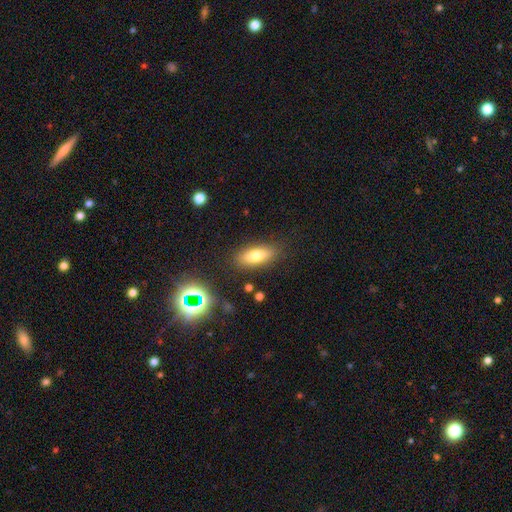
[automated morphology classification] A smooth galaxy with no disk features (73%) that is in between round and cigar-shaped (73%). Merging: none (84%).